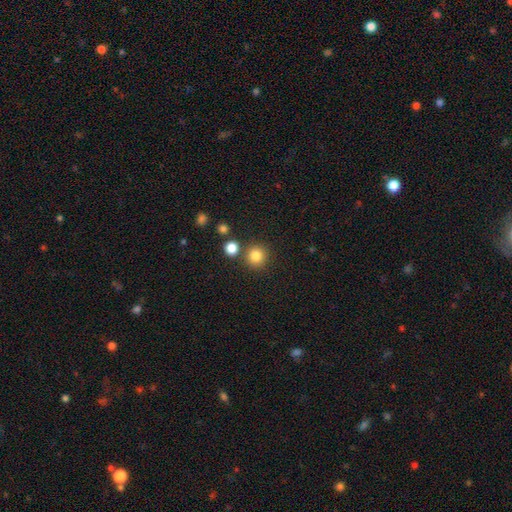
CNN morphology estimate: smooth_or_featured: smooth (p=0.83) [alt: star or artifact p=0.12]
how_rounded: round (p=0.93) [alt: in between p=0.06]
merging: none (p=0.83) [alt: merger p=0.08]